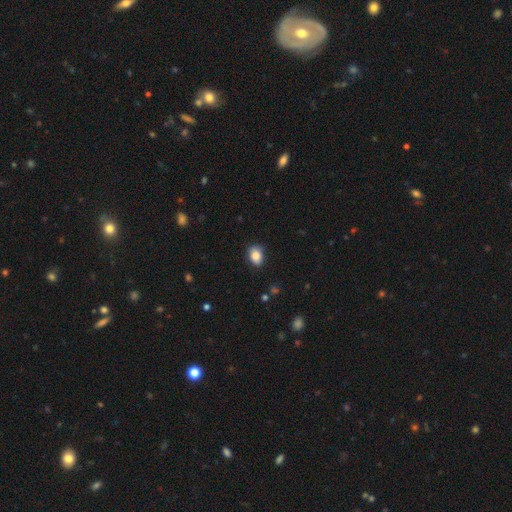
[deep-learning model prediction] This is clearly a smooth galaxy (87%). How rounded: likely in between (78%). Merging: clearly none (83%).